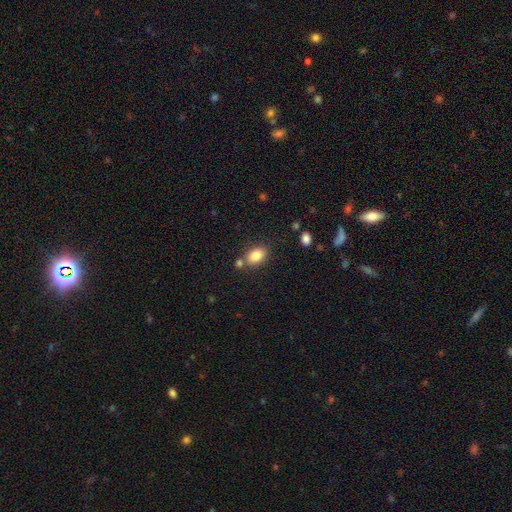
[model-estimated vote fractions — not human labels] Morphology: type=smooth (83%); roundness=in between (85%); merging=none (71%).